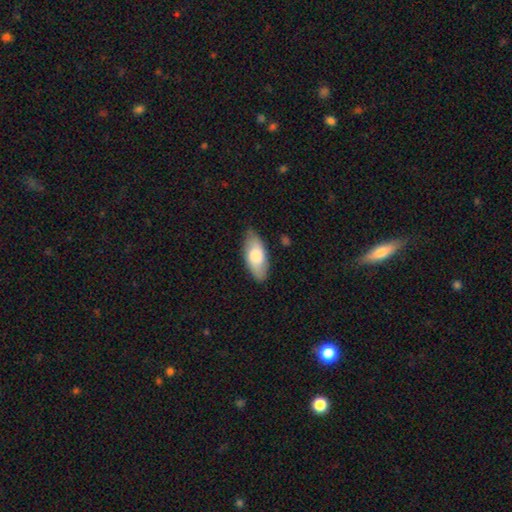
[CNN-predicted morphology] The model was most divided on "smooth or featured": smooth: 74%, featured or disk: 20%, star or artifact: 5%. More confident: how rounded — in between (86%); merging — none (79%).